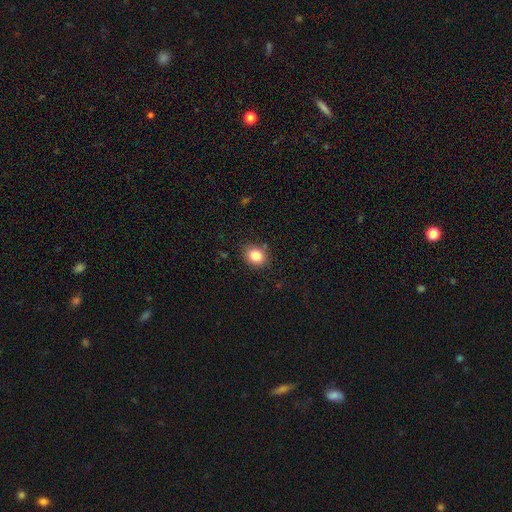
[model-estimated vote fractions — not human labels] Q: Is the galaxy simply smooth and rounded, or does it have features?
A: smooth — 84%.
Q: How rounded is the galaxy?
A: round — 60%.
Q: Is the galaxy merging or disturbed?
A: none — 83%.